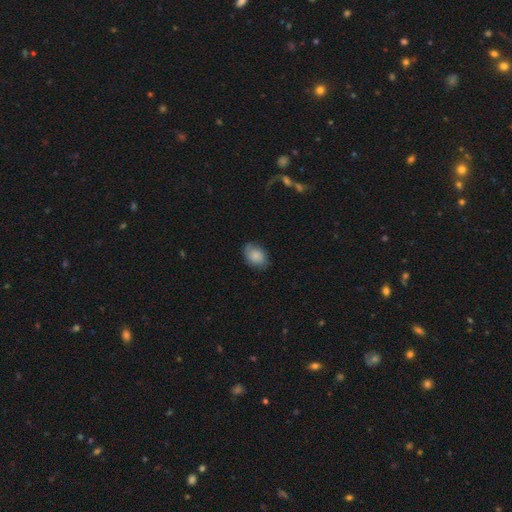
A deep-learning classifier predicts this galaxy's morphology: A smooth galaxy with no disk features (78%) that is in between round and cigar-shaped (75%). Merging: none (72%).